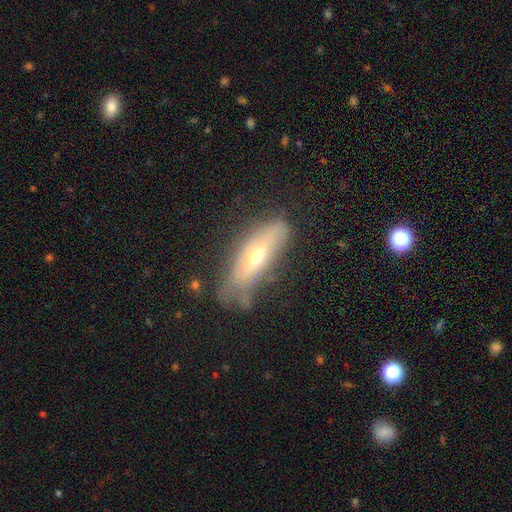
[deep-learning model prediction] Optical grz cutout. It shows a featured or disk galaxy (50%). Merging: none (59%).